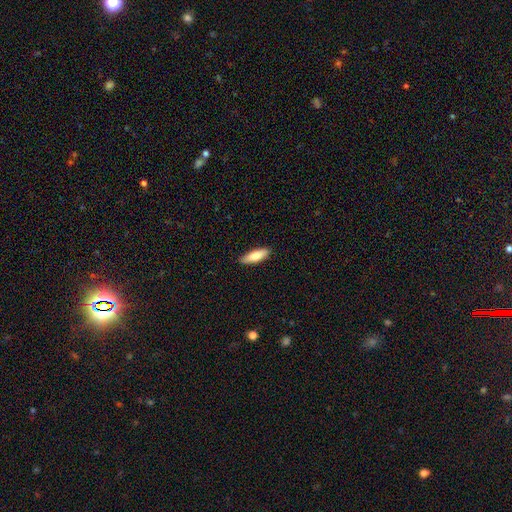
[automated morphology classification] Smooth or featured?
  - smooth: 78% *
  - featured or disk: 16%
  - star or artifact: 6%
How rounded?
  - cigar-shaped: 50% *
  - in between: 48%
  - round: 2%
Merging?
  - none: 89% *
  - minor disturbance: 8%
  - major disturbance: 2%
  - merger: 1%